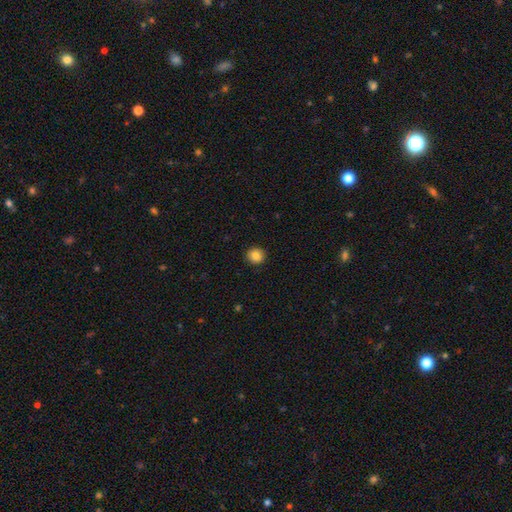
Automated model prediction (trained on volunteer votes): Smooth or featured: smooth — 84% (star or artifact — 10%)
How rounded: round — 90% (in between — 9%)
Merging: none — 92% (minor disturbance — 6%)